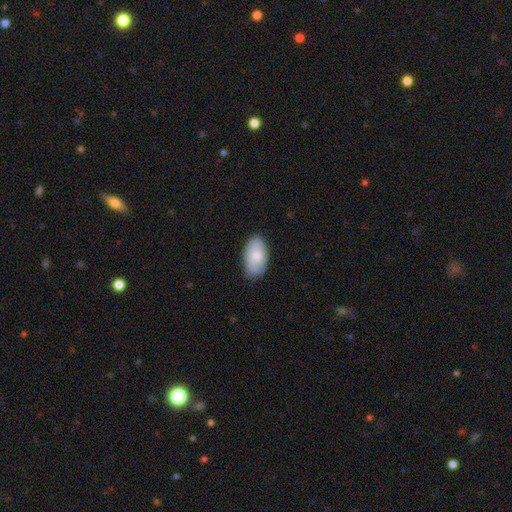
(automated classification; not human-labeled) A smooth galaxy with no disk features (77%) that is in between round and cigar-shaped (94%). Merging: none (76%).